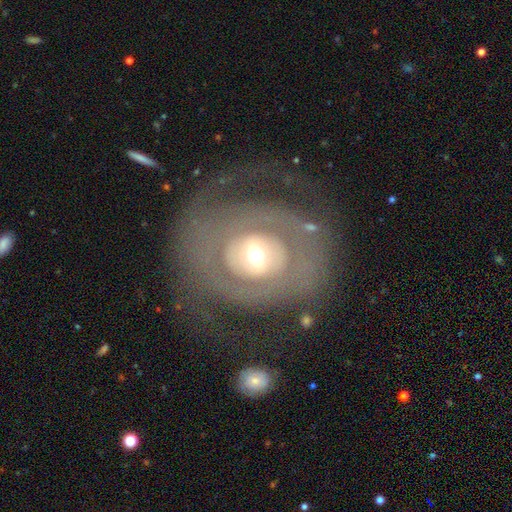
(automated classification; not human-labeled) Q: Smooth or featured?
A: featured or disk (74%); runner-up: smooth (20%)
Q: Edge-on disk?
A: no (95%); runner-up: yes (5%)
Q: Bar?
A: no (59%); runner-up: weak (28%)
Q: Spiral arms?
A: yes (58%); runner-up: no (42%)
Q: Bulge size?
A: moderate (57%); runner-up: small (31%)
Q: Merging?
A: none (54%); runner-up: major disturbance (27%)